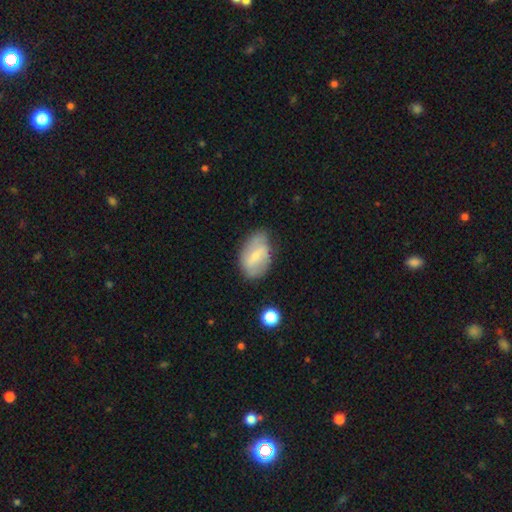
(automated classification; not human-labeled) Morphology: type=smooth (47%); merging=none (65%).